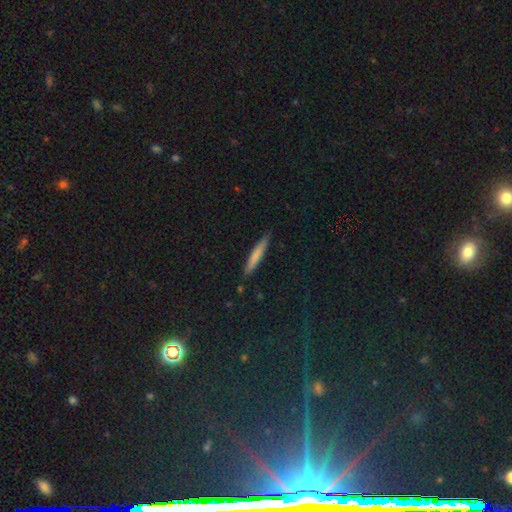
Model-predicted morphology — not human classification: Overall: smooth (73%). How rounded: cigar-shaped (94%). Merging: none (88%).